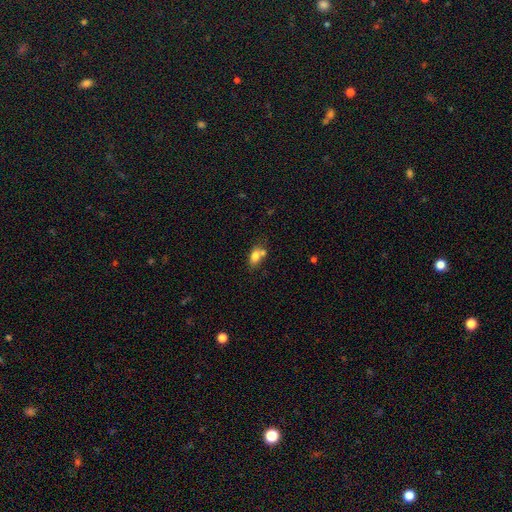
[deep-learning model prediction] Smooth or featured: smooth — 77% (featured or disk — 14%)
How rounded: in between — 80% (round — 16%)
Merging: none — 44% (merger — 37%)